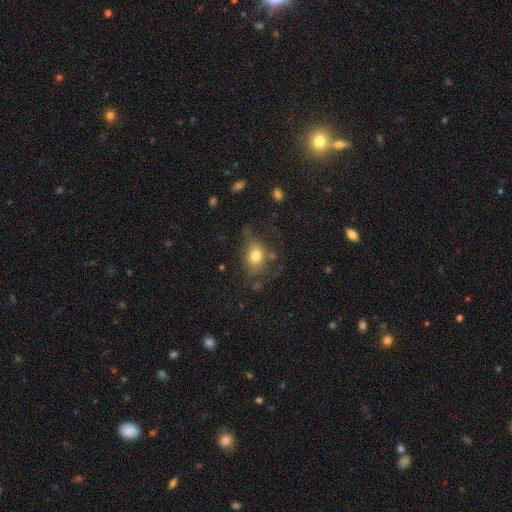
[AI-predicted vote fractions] A smooth galaxy with no disk features (75%) that is in between round and cigar-shaped (50%).

Vote fractions:
- Smooth or featured? smooth: 75% / featured or disk: 14% / star or artifact: 11%
- How rounded? in between: 50% / round: 48% / cigar-shaped: 1%
- Merging? none: 55% / minor disturbance: 25% / major disturbance: 15% / merger: 4%